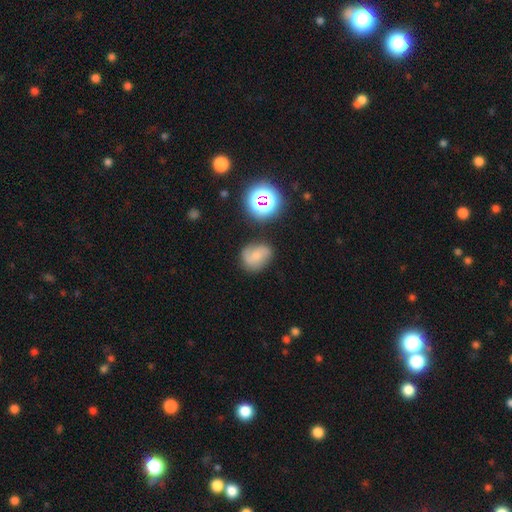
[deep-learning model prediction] smooth-or-featured: featured or disk: 44% | smooth: 41% | star or artifact: 15%
  merging: none: 67% | minor disturbance: 21% | major disturbance: 7% | merger: 5%